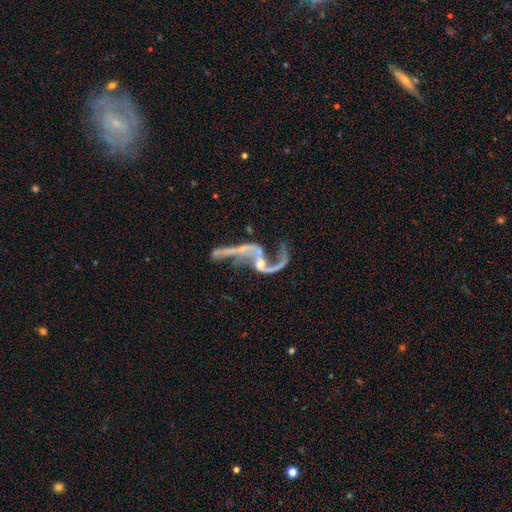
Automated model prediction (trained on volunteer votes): A featured or disk galaxy (85%) with no bar (52%), 2 (86%) loose (89%) spiral arms (89%) and a small central bulge (59%). Merging: none (38%).